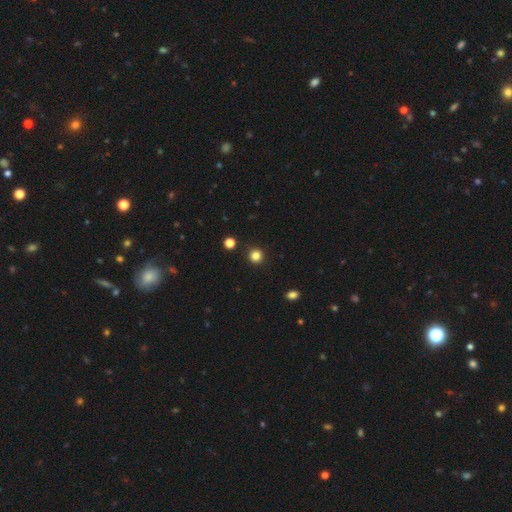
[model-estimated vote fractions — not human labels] smooth 83%, star or artifact 13%, featured or disk 4%. Down the decision tree: how rounded — round (94%); merging — none (92%).